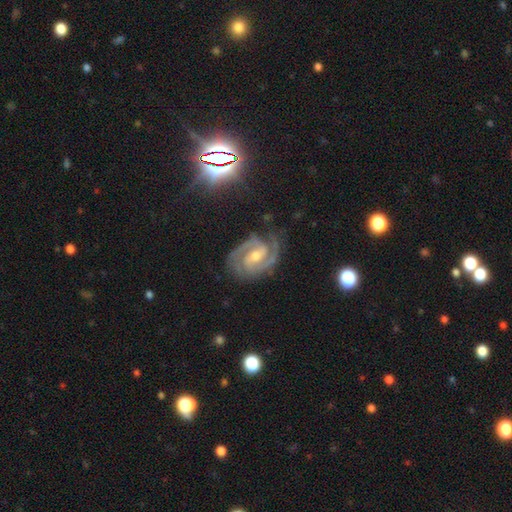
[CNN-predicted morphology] The model was most divided on "spiral winding": tight: 54%, medium: 42%, loose: 5%. Remaining: spiral arms — yes (99%); edge-on disk — no (98%); smooth or featured — featured or disk (91%); merging — none (78%); spiral arm count — 2 (74%); bulge size — moderate (55%); bar — weak (48%).